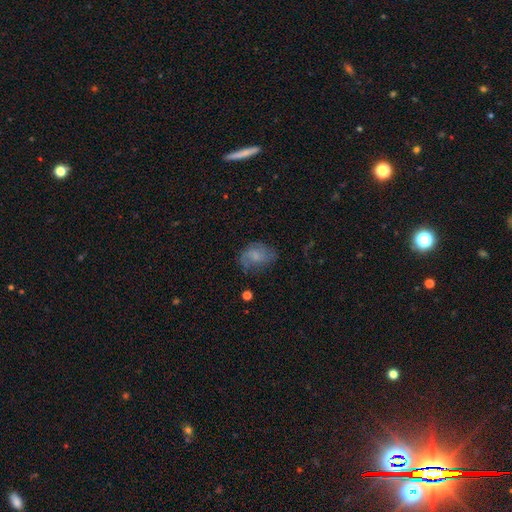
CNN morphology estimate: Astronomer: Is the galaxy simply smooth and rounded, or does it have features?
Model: smooth — 54% (runner-up: featured or disk, 36%).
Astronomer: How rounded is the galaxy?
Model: in between — 69%.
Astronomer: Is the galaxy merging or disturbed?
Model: none — 57%.